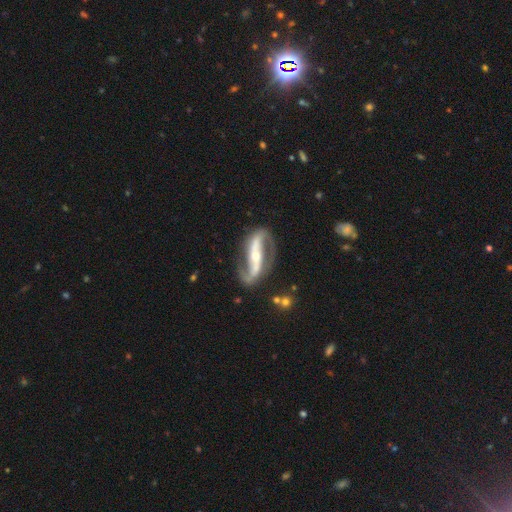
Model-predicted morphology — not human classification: Smooth or featured? Predicted: featured or disk (p=0.89). Edge-on disk? Predicted: no (p=0.90). Bar? Predicted: strong (p=0.69). Spiral arms? Predicted: yes (p=0.94). Spiral winding? Predicted: loose (p=0.42). Spiral arm count? Predicted: 2 (p=0.92). Bulge size? Predicted: small (p=0.49). Merging? Predicted: none (p=0.77).